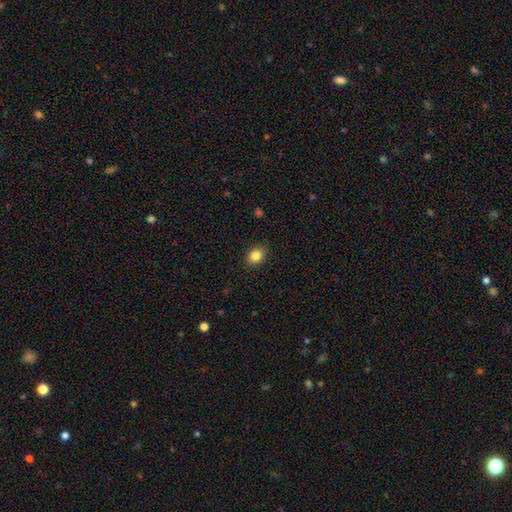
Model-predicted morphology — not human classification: Q: Smooth or featured?
A: smooth (84%); runner-up: star or artifact (10%)
Q: How rounded?
A: in between (50%); runner-up: round (49%)
Q: Merging?
A: none (86%); runner-up: minor disturbance (10%)